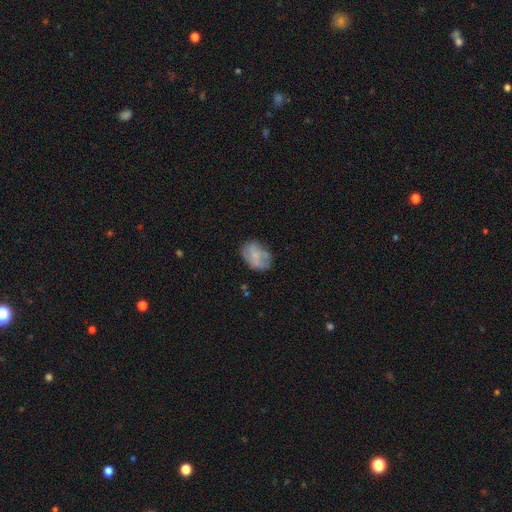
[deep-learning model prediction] Smooth or featured: smooth — 53% (featured or disk — 38%)
How rounded: in between — 76% (round — 23%)
Merging: none — 57% (minor disturbance — 25%)